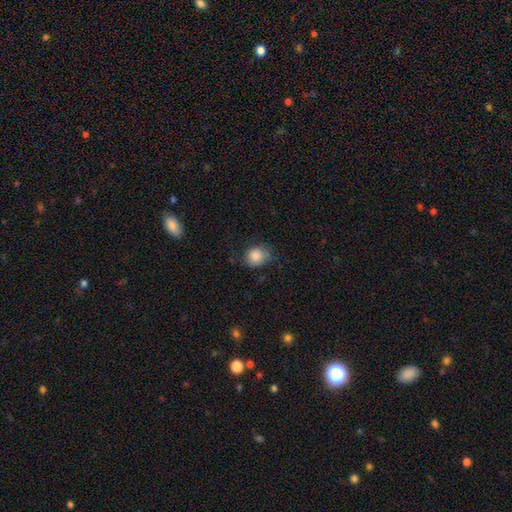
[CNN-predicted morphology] Smooth or featured: smooth — 86% (star or artifact — 9%)
How rounded: round — 72% (in between — 27%)
Merging: none — 65% (minor disturbance — 26%)